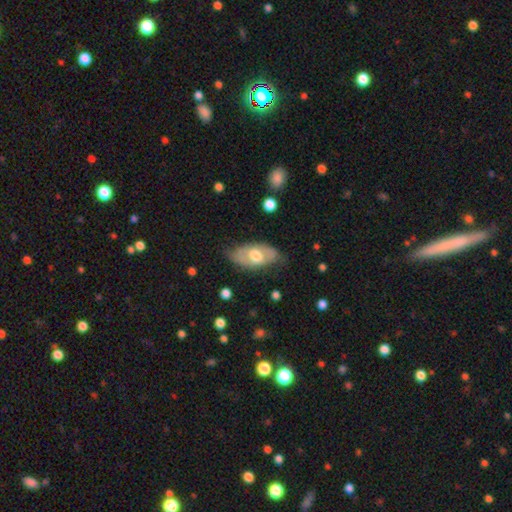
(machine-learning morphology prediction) type=featured or disk (48%); merging=none (65%).